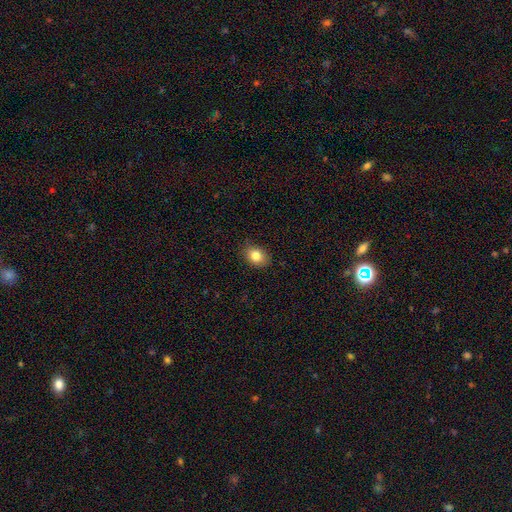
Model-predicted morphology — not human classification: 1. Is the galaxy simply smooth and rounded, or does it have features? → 83% smooth, 10% star or artifact, 8% featured or disk.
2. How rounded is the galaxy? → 66% in between, 33% round, 1% cigar-shaped.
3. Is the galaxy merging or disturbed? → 86% none, 11% minor disturbance, 2% major disturbance, 1% merger.